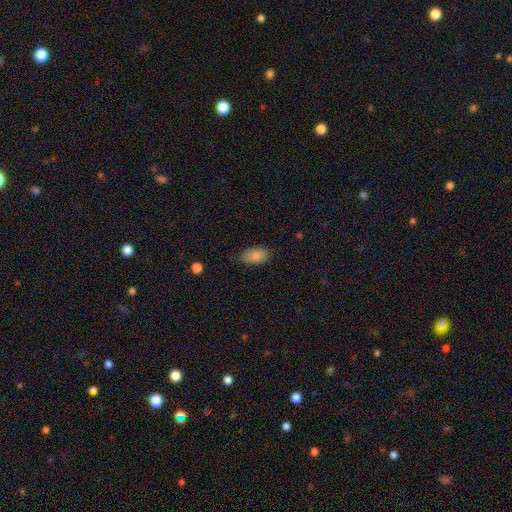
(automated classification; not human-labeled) This appears to be a smooth galaxy with no disk features (86%) that is in between round and cigar-shaped (93%). Merging: none (78%).